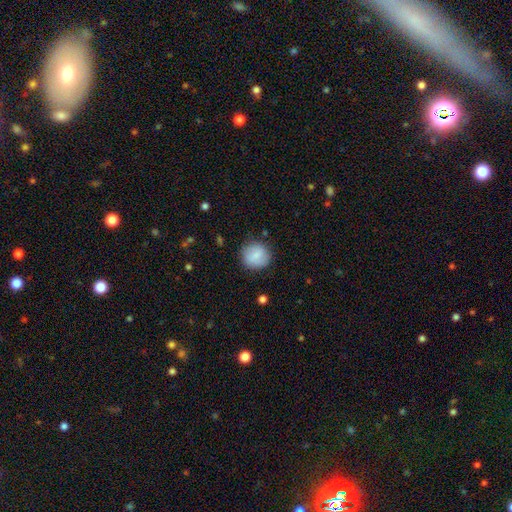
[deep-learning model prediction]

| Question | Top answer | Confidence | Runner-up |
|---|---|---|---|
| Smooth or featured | smooth | 84% | featured or disk (9%) |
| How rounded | round | 90% | in between (9%) |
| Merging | none | 85% | minor disturbance (10%) |